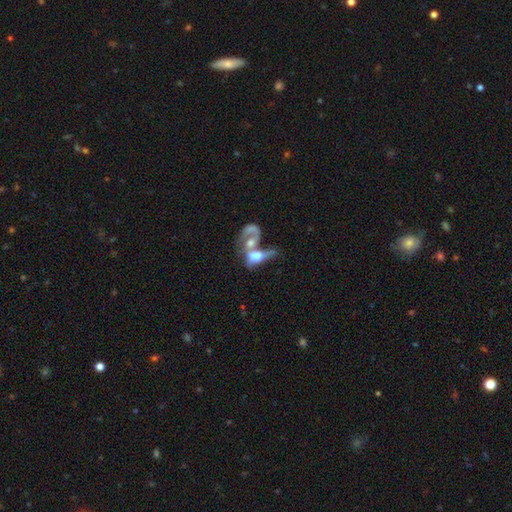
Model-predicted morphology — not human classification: Overall: featured or disk (48%; smooth 42%). Merging: merger (75%).